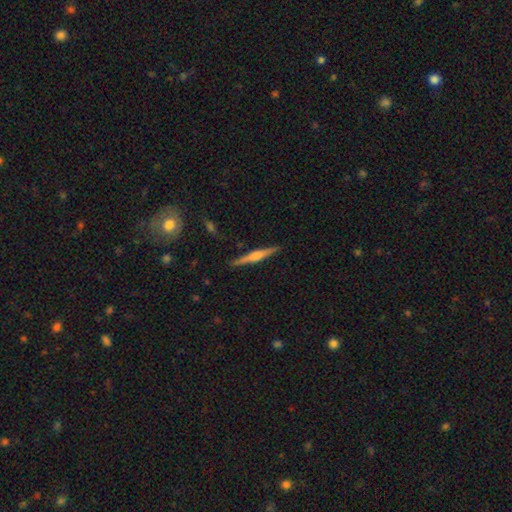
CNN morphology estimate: A featured or disk galaxy (66%) viewed edge-on (98%) with a rounded central bulge (69%).

Vote fractions:
- Smooth or featured? featured or disk: 66% / smooth: 28% / star or artifact: 6%
- Edge-on disk? yes: 98% / no: 2%
- Edge-on bulge? rounded: 69% / boxy: 20% / none: 11%
- Merging? none: 90% / minor disturbance: 7% / major disturbance: 1% / merger: 1%